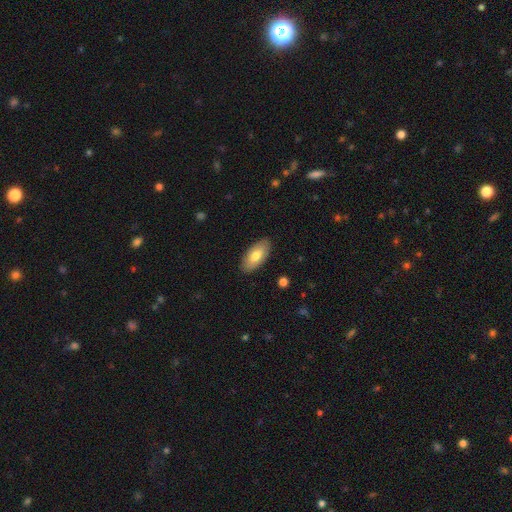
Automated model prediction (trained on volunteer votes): Smooth or featured: smooth — 76% (featured or disk — 19%)
How rounded: in between — 92% (cigar-shaped — 6%)
Merging: none — 88% (minor disturbance — 9%)